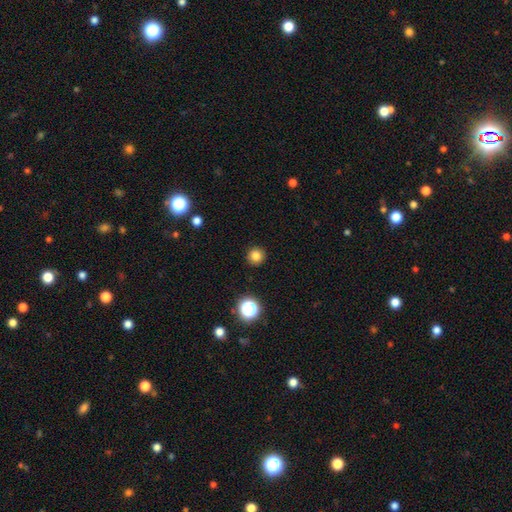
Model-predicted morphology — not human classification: smooth-or-featured: smooth: 82% | star or artifact: 13% | featured or disk: 5%
  how-rounded: round: 95% | in between: 4% | cigar-shaped: 1%
  merging: none: 92% | minor disturbance: 5% | major disturbance: 2% | merger: 1%